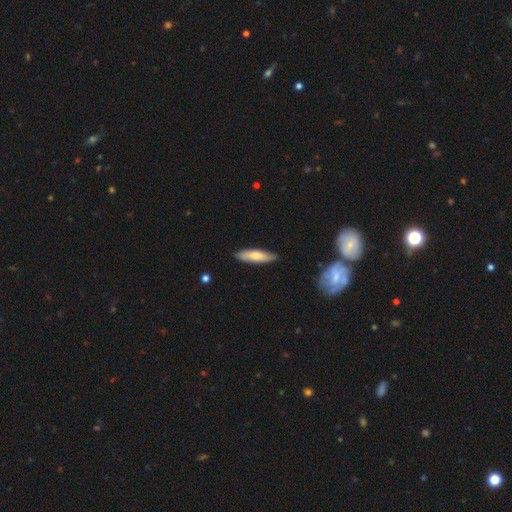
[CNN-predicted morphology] smooth 68%, featured or disk 26%, star or artifact 6%. Down the decision tree: how rounded — cigar-shaped (67%); merging — none (84%).